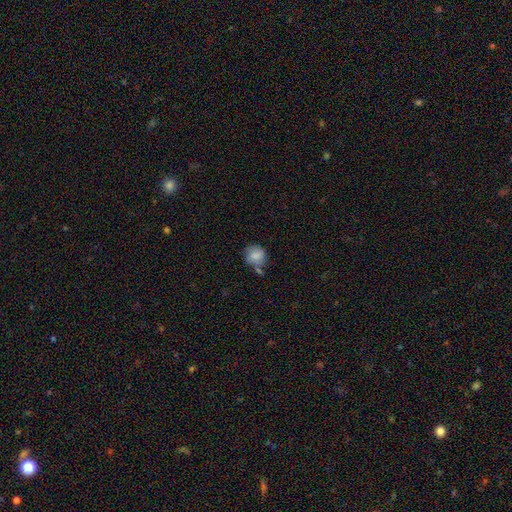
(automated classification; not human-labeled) This appears to be a smooth galaxy with no disk features (78%) that is round (78%). Merging: none (52%).